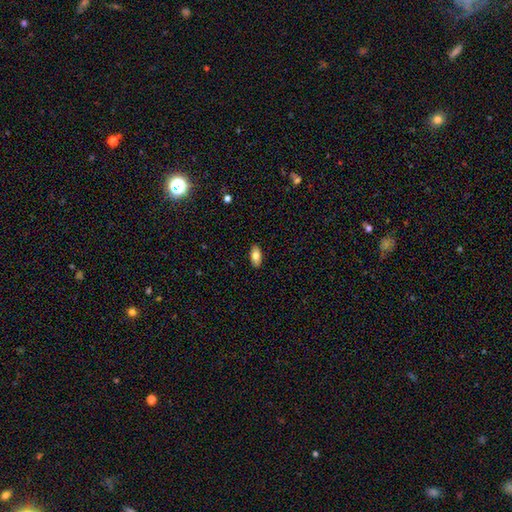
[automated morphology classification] Smooth or featured? Predicted: smooth (p=0.81). How rounded? Predicted: in between (p=0.91). Merging? Predicted: none (p=0.89).